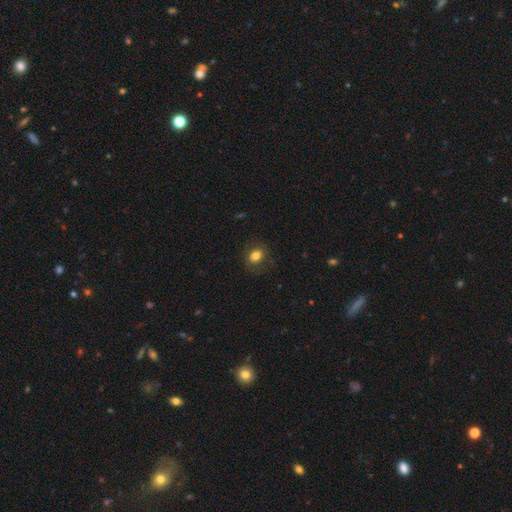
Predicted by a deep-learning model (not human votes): Morphology: type=smooth (80%); roundness=in between (53%); merging=none (77%).